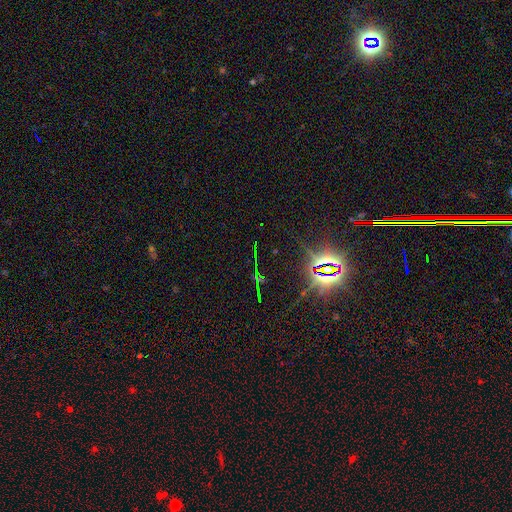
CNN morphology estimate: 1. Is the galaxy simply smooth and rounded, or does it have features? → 82% star or artifact, 9% featured or disk, 9% smooth.